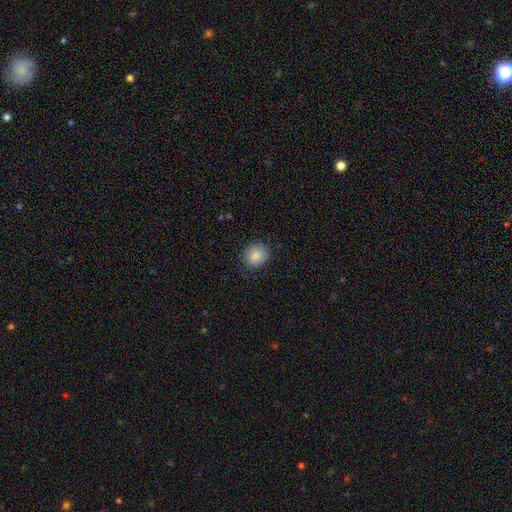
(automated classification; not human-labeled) smooth_or_featured: smooth (p=0.85) [alt: star or artifact p=0.08]
how_rounded: round (p=0.72) [alt: in between p=0.27]
merging: none (p=0.81) [alt: minor disturbance p=0.15]